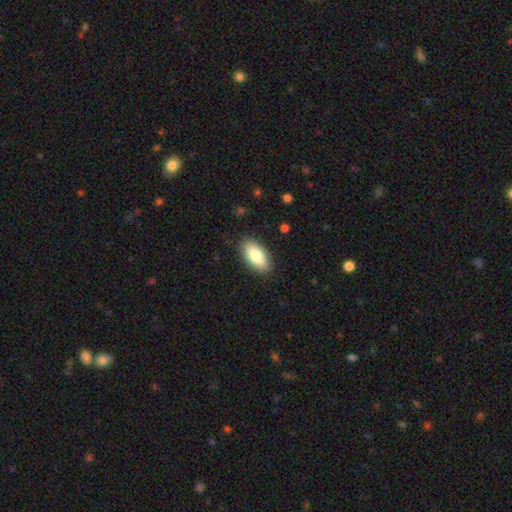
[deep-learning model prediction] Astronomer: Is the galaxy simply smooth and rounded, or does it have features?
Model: smooth — 81%.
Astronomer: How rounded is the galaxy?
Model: in between — 90%.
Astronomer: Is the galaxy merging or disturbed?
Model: none — 88%.